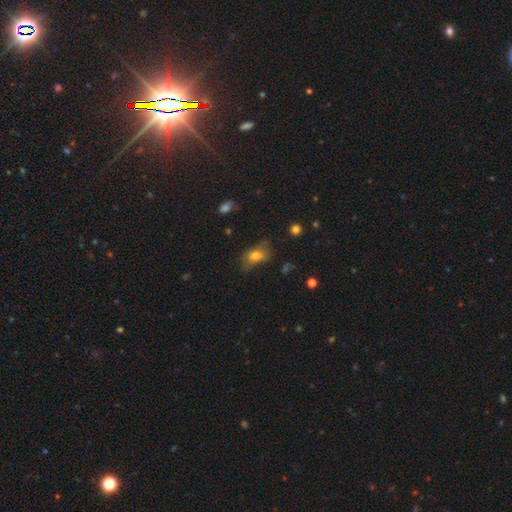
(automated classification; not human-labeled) smooth-or-featured: smooth: 70% | featured or disk: 19% | star or artifact: 11%
  how-rounded: in between: 80% | round: 16% | cigar-shaped: 4%
  merging: none: 48% | minor disturbance: 31% | major disturbance: 18% | merger: 3%